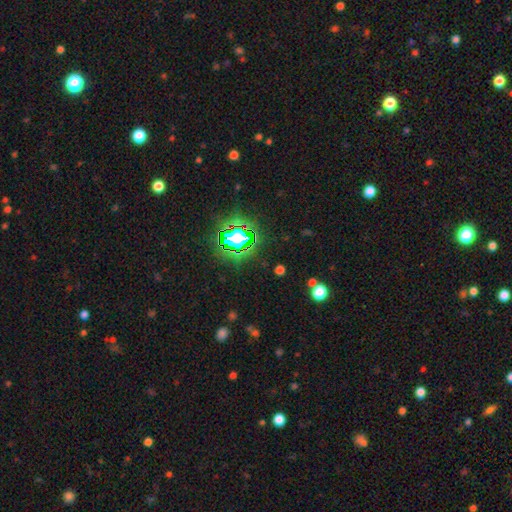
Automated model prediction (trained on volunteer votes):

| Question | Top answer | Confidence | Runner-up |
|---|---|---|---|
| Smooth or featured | star or artifact | 80% | smooth (13%) |